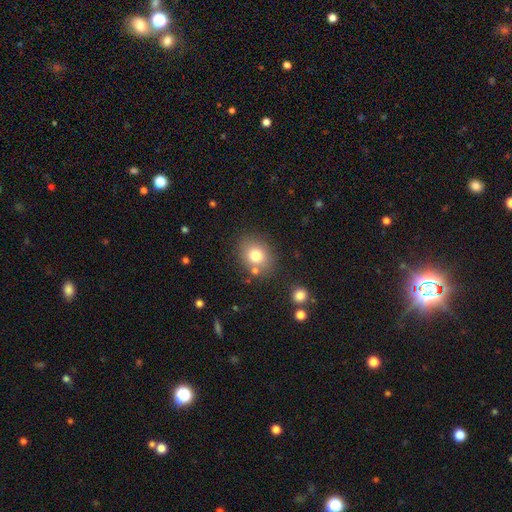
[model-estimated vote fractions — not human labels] Q: Smooth or featured?
A: smooth (78%); runner-up: star or artifact (11%)
Q: How rounded?
A: round (61%); runner-up: in between (38%)
Q: Merging?
A: none (76%); runner-up: minor disturbance (12%)